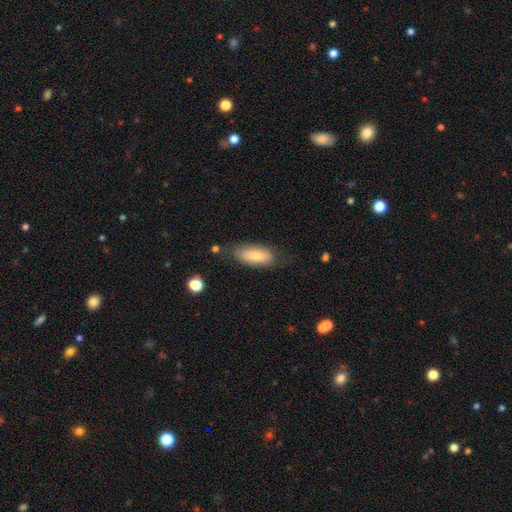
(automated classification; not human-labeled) This appears to be a smooth galaxy with no disk features (74%) that is in between round and cigar-shaped (86%). Merging: none (69%).